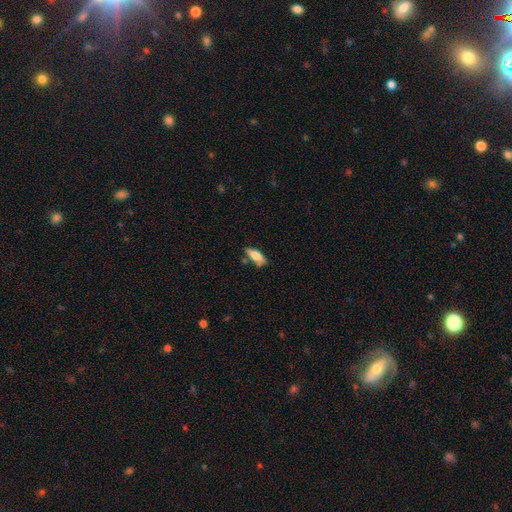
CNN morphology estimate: The model was most divided on "how rounded": in between: 67%, cigar-shaped: 30%, round: 2%. More confident: smooth or featured — smooth (72%); merging — none (64%).